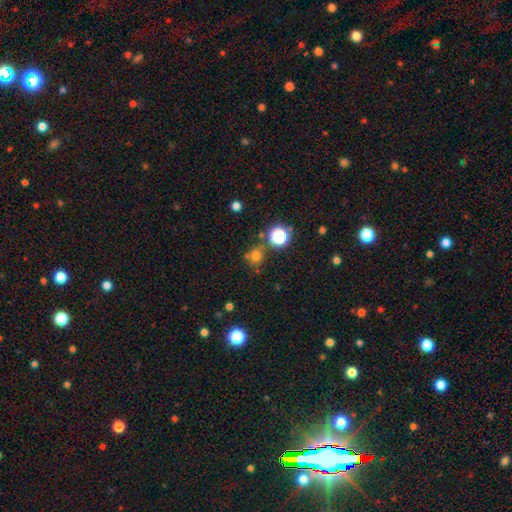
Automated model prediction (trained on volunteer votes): Smooth or featured?
  - smooth: 67% *
  - star or artifact: 26%
  - featured or disk: 7%
How rounded?
  - round: 84% *
  - in between: 15%
  - cigar-shaped: 1%
Merging?
  - none: 71% *
  - minor disturbance: 13%
  - merger: 11%
  - major disturbance: 5%